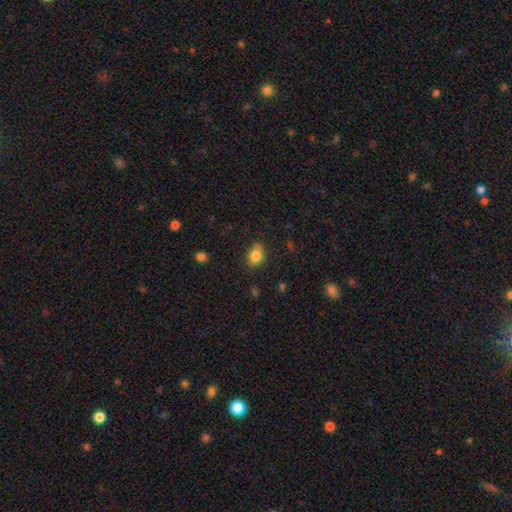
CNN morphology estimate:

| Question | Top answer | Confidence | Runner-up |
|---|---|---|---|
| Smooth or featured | smooth | 83% | star or artifact (10%) |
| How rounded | in between | 62% | round (36%) |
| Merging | none | 80% | minor disturbance (16%) |